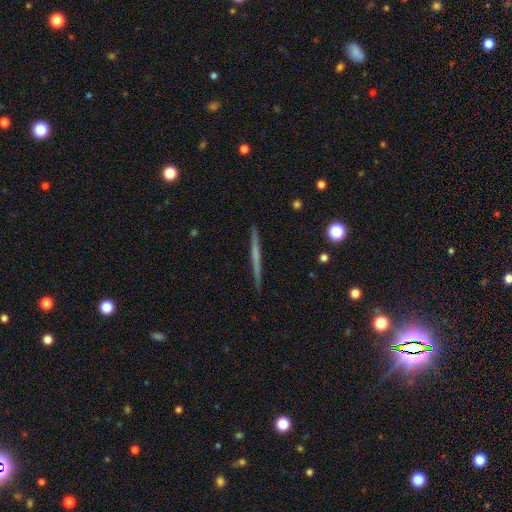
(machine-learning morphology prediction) smooth-or-featured: featured or disk: 53% | smooth: 41% | star or artifact: 6%
  disk-edge-on: yes: 98% | no: 2%
    edge-on-bulge: none: 88% | rounded: 8% | boxy: 4%
  merging: none: 92% | minor disturbance: 6% | major disturbance: 1% | merger: 1%